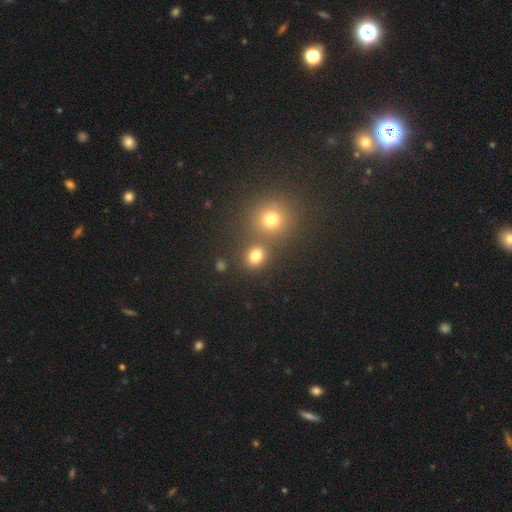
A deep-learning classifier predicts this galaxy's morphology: smooth_or_featured: smooth (p=0.78) [alt: star or artifact p=0.16]
how_rounded: round (p=0.77) [alt: in between p=0.22]
merging: none (p=0.69) [alt: merger p=0.21]